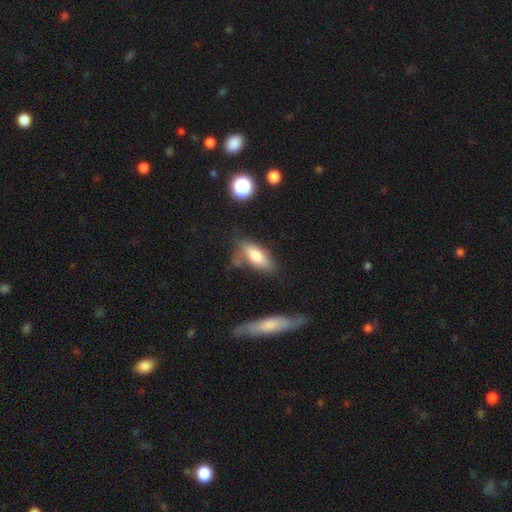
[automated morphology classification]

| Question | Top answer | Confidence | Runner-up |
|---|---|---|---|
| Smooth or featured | smooth | 72% | featured or disk (20%) |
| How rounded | in between | 74% | cigar-shaped (23%) |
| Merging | none | 53% | minor disturbance (26%) |